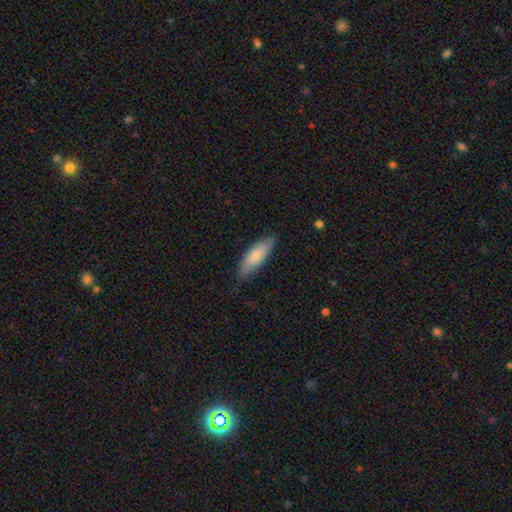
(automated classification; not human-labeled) Q: Smooth or featured?
A: smooth (77%); runner-up: featured or disk (18%)
Q: How rounded?
A: in between (60%); runner-up: cigar-shaped (38%)
Q: Merging?
A: none (72%); runner-up: minor disturbance (23%)